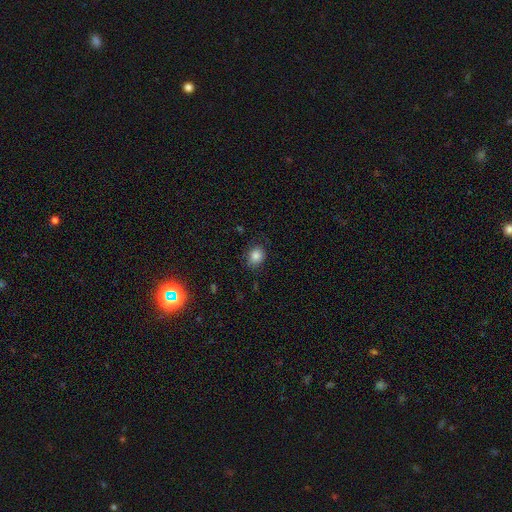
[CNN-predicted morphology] Overall: smooth (84%). How rounded: round (63%; in between 36%). Merging: none (80%).